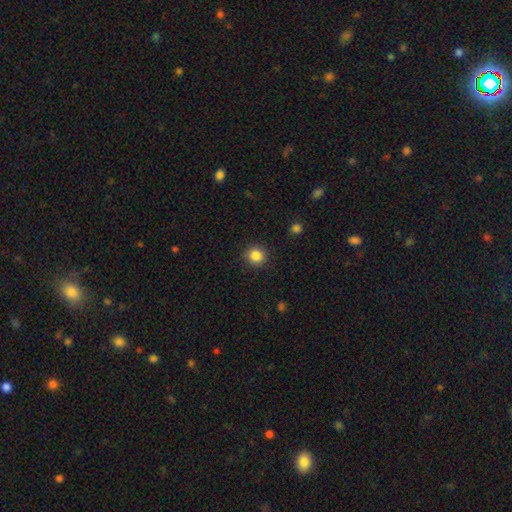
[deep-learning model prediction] This appears to be a smooth galaxy with no disk features (86%) that is round (91%). Merging: none (90%).